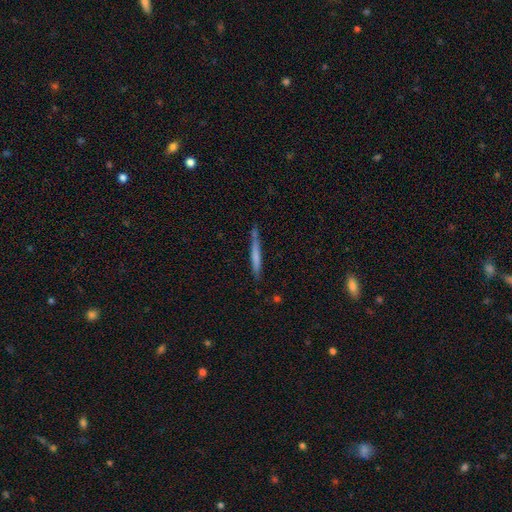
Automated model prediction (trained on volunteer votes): Morphology: type=smooth (60%); roundness=cigar-shaped (96%); merging=none (77%).